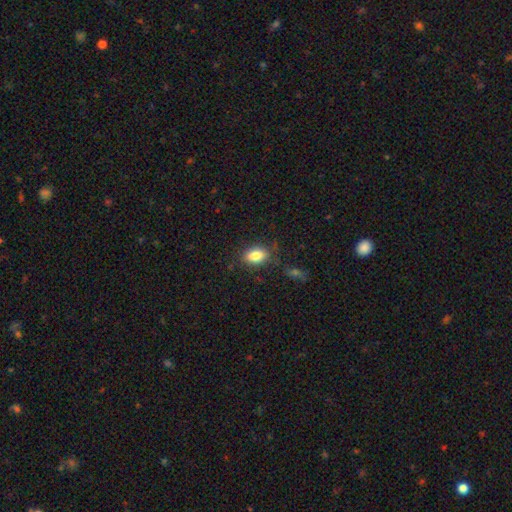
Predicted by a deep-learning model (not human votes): Q: Smooth or featured?
A: smooth (84%); runner-up: star or artifact (9%)
Q: How rounded?
A: in between (83%); runner-up: round (15%)
Q: Merging?
A: none (80%); runner-up: minor disturbance (13%)